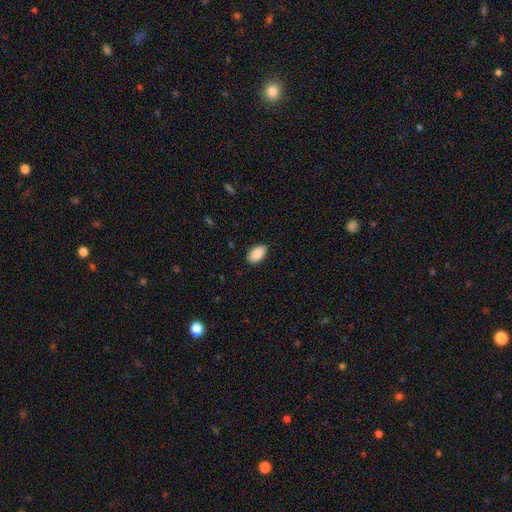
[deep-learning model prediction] A smooth galaxy with no disk features (89%) that is in between round and cigar-shaped (94%).

Vote fractions:
- Smooth or featured? smooth: 89% / star or artifact: 7% / featured or disk: 5%
- How rounded? in between: 94% / round: 5% / cigar-shaped: 2%
- Merging? none: 88% / minor disturbance: 9% / major disturbance: 2% / merger: 1%